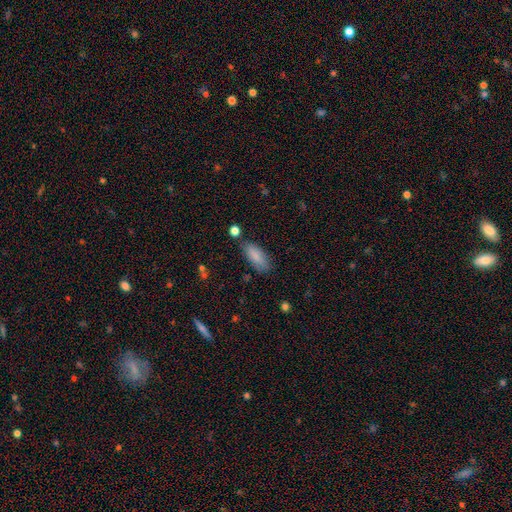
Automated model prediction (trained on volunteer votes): Smooth or featured?
  - smooth: 85% *
  - featured or disk: 8%
  - star or artifact: 7%
How rounded?
  - in between: 78% *
  - cigar-shaped: 20%
  - round: 2%
Merging?
  - none: 76% *
  - minor disturbance: 16%
  - merger: 4%
  - major disturbance: 4%